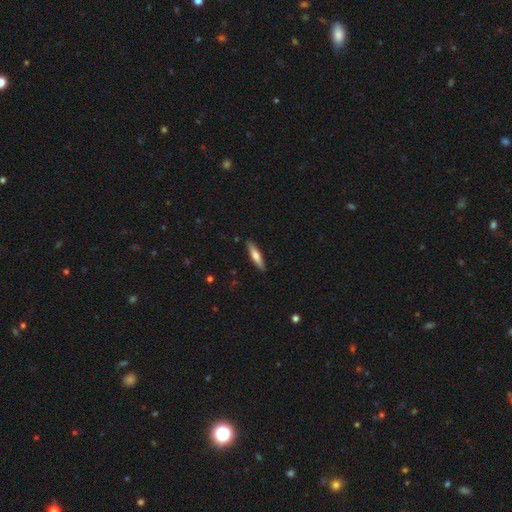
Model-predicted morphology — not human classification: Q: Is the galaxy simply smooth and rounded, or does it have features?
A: smooth — 59%.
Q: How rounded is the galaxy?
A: cigar-shaped — 80%.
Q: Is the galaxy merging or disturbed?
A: none — 89%.